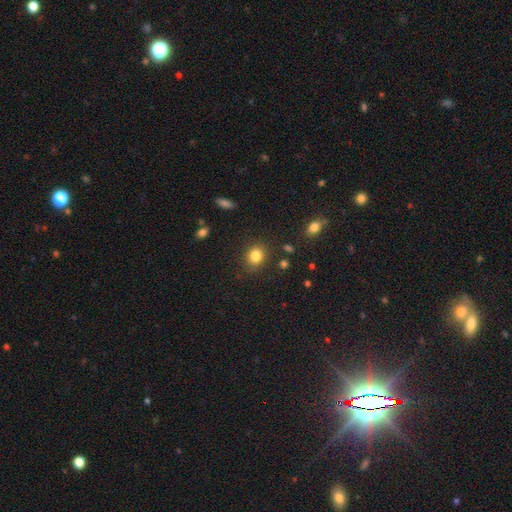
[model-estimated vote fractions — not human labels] Q: Smooth or featured?
A: smooth (83%); runner-up: star or artifact (11%)
Q: How rounded?
A: round (65%); runner-up: in between (34%)
Q: Merging?
A: none (85%); runner-up: minor disturbance (10%)